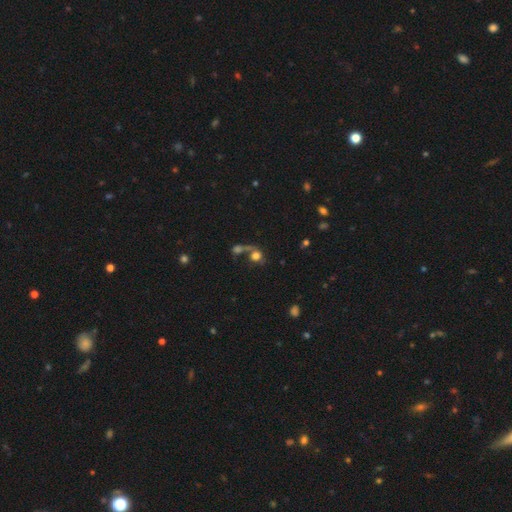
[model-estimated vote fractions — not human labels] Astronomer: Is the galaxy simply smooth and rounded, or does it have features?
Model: smooth — 58%.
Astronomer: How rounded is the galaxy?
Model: round — 72%.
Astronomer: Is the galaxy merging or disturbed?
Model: merger — 47% (runner-up: none, 28%).